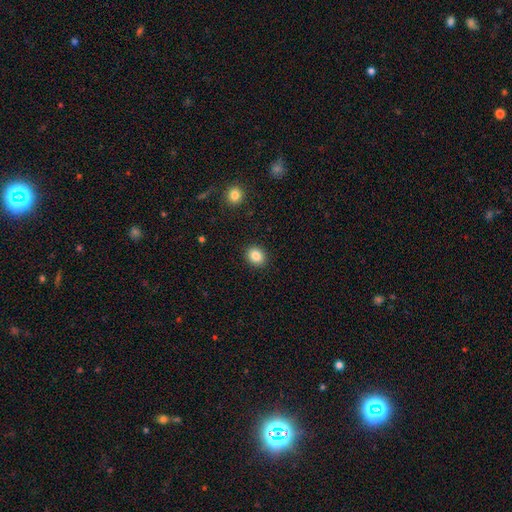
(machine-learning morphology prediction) Q: Smooth or featured?
A: smooth (86%); runner-up: star or artifact (10%)
Q: How rounded?
A: round (62%); runner-up: in between (37%)
Q: Merging?
A: none (91%); runner-up: minor disturbance (6%)